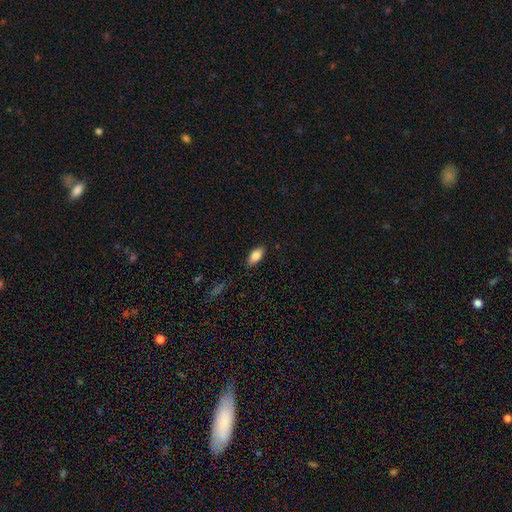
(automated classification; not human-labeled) smooth_or_featured: smooth (p=0.82) [alt: featured or disk p=0.11]
how_rounded: in between (p=0.89) [alt: cigar-shaped p=0.08]
merging: none (p=0.87) [alt: minor disturbance p=0.10]